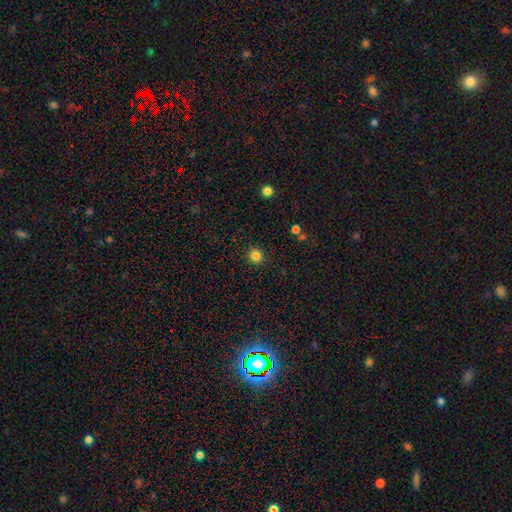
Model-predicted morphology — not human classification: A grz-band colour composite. It shows a smooth galaxy with no disk features (83%) that is round (91%). Merging: none (91%).